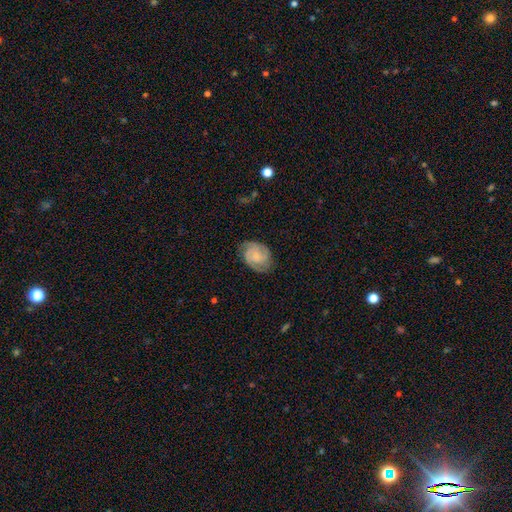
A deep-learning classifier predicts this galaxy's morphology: This is likely a featured or disk galaxy (71%). It is clearly not viewed edge-on (98%). Bar: likely no (66%). Spiral arm pattern: clearly yes (95%). Spiral arm count: possibly 2 (48%). Spiral winding: possibly tight (55%). Central bulge: marginally small (42%). Merging: likely none (75%).